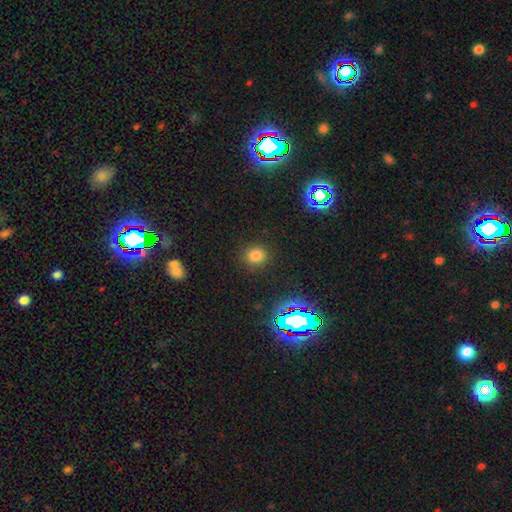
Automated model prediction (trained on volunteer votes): Q: Smooth or featured?
A: smooth (75%); runner-up: star or artifact (19%)
Q: How rounded?
A: round (74%); runner-up: in between (25%)
Q: Merging?
A: none (86%); runner-up: minor disturbance (9%)